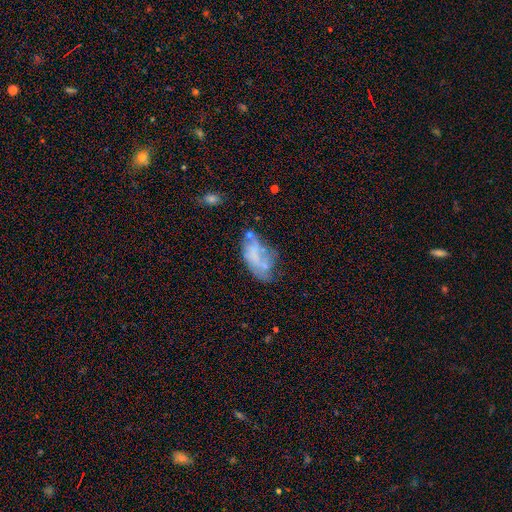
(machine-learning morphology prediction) This appears to be a smooth galaxy with no disk features (45%). Merging: none (34%).